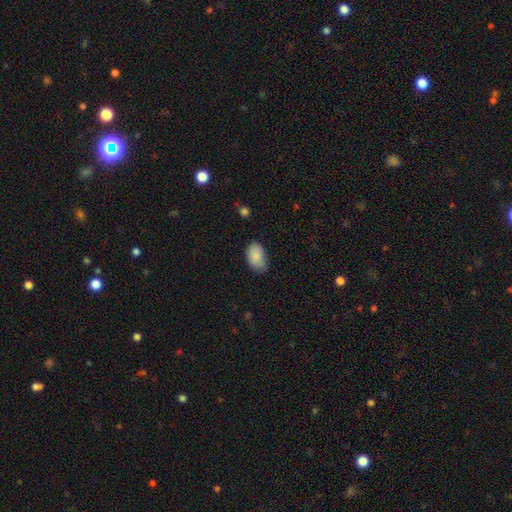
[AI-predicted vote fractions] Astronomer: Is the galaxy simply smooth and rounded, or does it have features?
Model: smooth — 87%.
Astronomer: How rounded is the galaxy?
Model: in between — 91%.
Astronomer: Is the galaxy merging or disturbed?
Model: none — 62%.